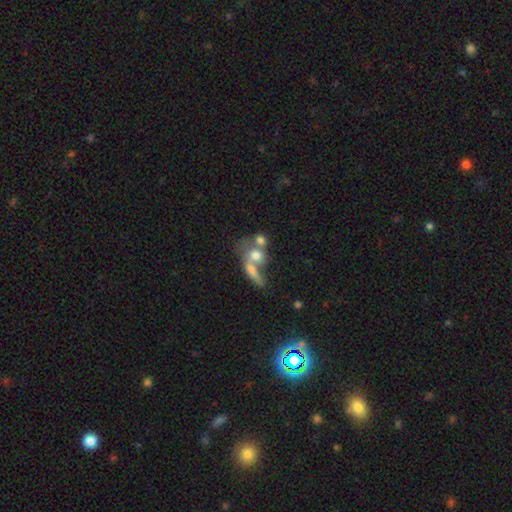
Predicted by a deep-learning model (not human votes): The model was most divided on "how rounded": round: 50%, in between: 41%, cigar-shaped: 9%. More confident: smooth or featured — smooth (62%); merging — merger (62%).